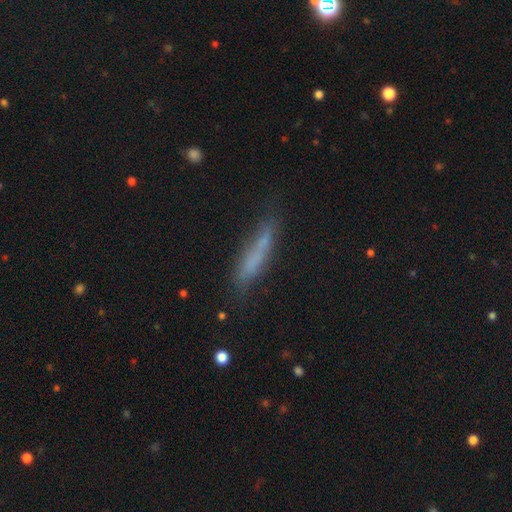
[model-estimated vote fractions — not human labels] This appears to be a smooth galaxy with no disk features (63%) that is cigar-shaped (86%). Merging: none (66%).